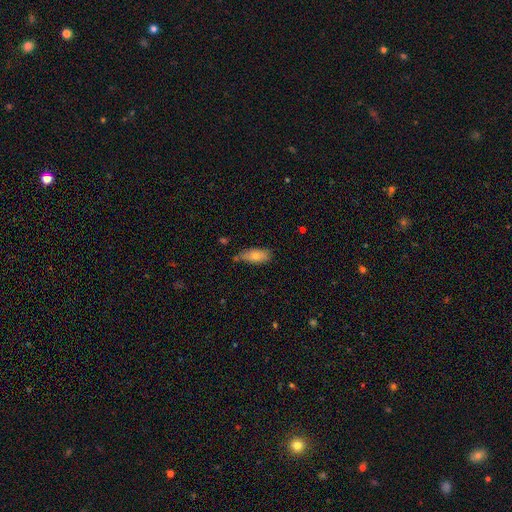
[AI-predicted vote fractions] smooth 76%, featured or disk 17%, star or artifact 7%. Down the decision tree: how rounded — in between (80%); merging — none (68%).